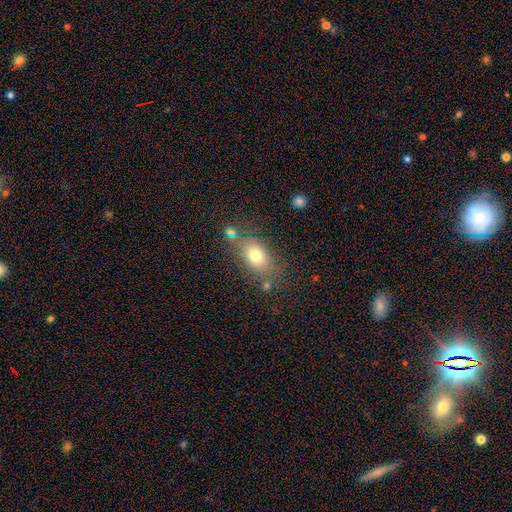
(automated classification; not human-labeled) Smooth or featured? Predicted: smooth (p=0.74). How rounded? Predicted: in between (p=0.78). Merging? Predicted: none (p=0.69).